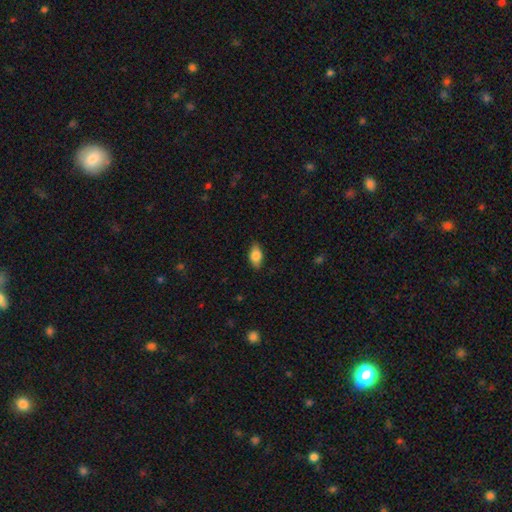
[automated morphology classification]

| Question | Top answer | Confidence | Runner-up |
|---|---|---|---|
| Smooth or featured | smooth | 75% | featured or disk (18%) |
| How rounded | in between | 87% | cigar-shaped (7%) |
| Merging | none | 84% | minor disturbance (12%) |